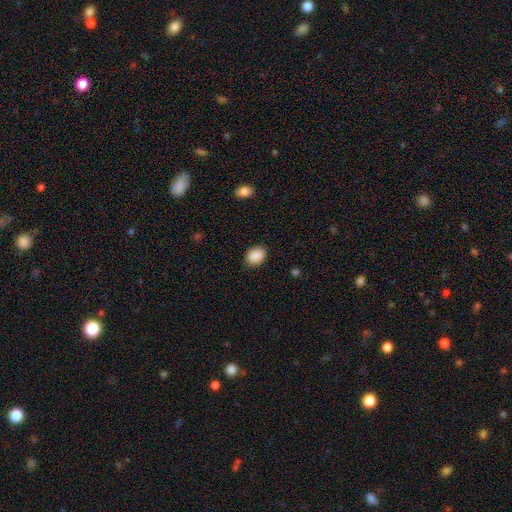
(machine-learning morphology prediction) Overall: smooth (90%). How rounded: in between (67%; round 32%). Merging: none (87%).